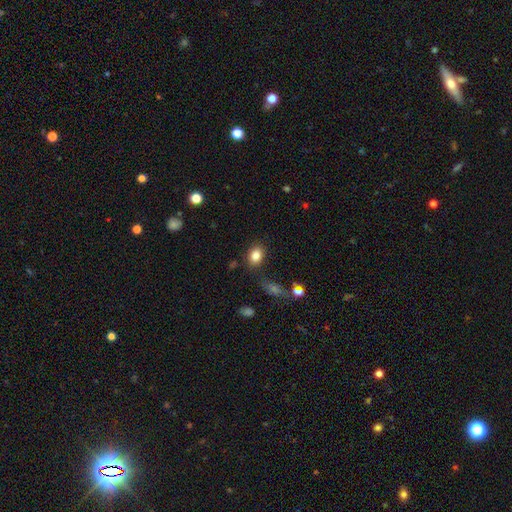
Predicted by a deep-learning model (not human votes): Smooth or featured: smooth — 83% (star or artifact — 10%)
How rounded: in between — 70% (round — 28%)
Merging: none — 80% (minor disturbance — 12%)